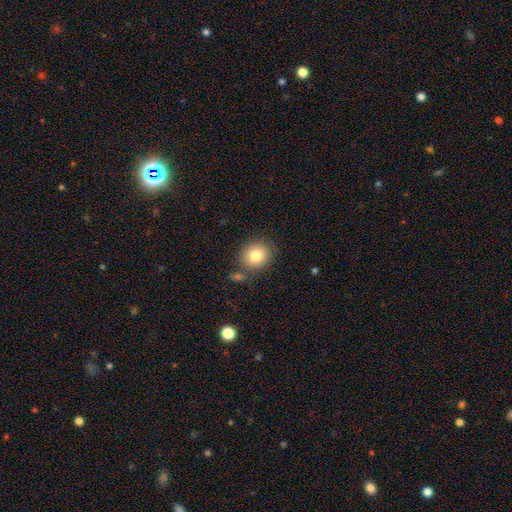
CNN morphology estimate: This is clearly a smooth galaxy (80%). How rounded: likely round (79%). Merging: likely none (76%).